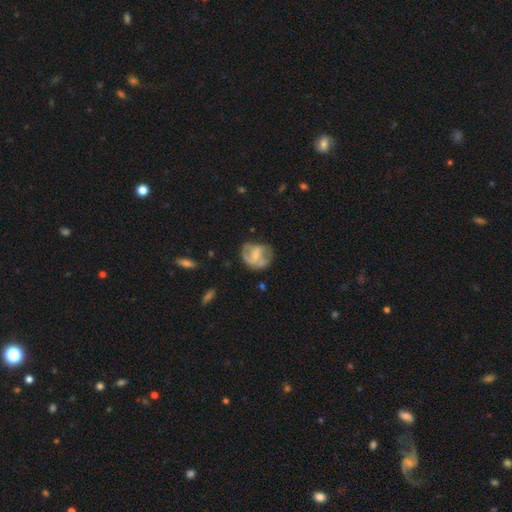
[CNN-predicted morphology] type=featured or disk (62%); edge-on=no (98%); bar=no (47%); spiral arms=yes (69%); bulge=small (48%); merging=none (51%).